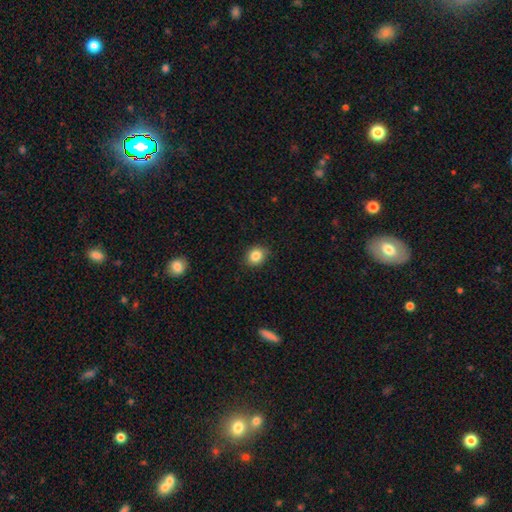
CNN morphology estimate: Smooth or featured? smooth (85%)
How rounded? round (63%)
Merging? none (87%)